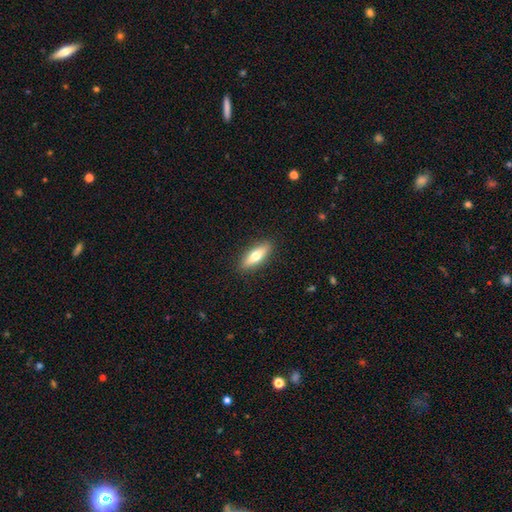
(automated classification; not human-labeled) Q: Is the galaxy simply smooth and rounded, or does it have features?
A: smooth — 60%.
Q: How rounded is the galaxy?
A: in between — 51%.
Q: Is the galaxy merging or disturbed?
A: none — 89%.